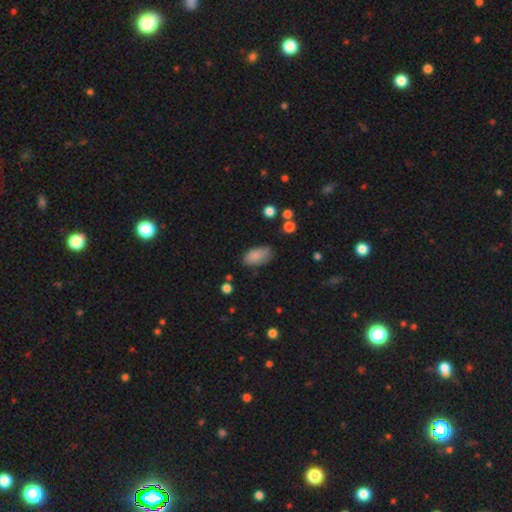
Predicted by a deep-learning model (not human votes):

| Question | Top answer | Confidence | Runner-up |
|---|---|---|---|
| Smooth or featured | smooth | 85% | star or artifact (8%) |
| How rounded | in between | 93% | round (4%) |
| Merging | none | 65% | minor disturbance (26%) |